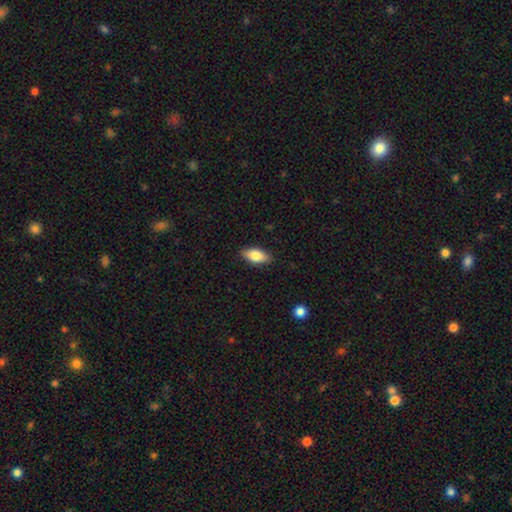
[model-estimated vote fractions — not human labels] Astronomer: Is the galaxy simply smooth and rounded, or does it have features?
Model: smooth — 80%.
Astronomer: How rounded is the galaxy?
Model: in between — 88%.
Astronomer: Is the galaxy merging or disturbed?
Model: none — 87%.